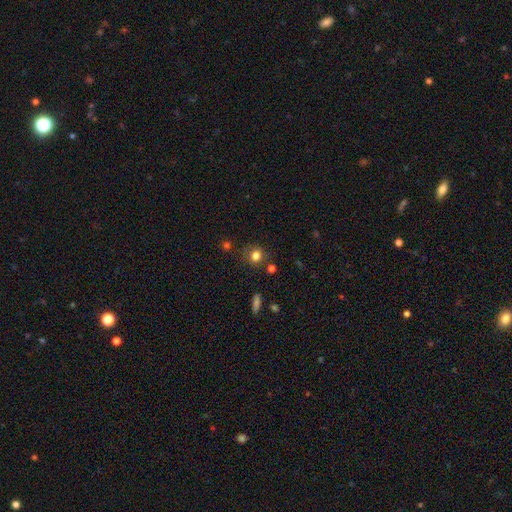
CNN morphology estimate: Overall: smooth (80%). How rounded: round (78%). Merging: none (75%).